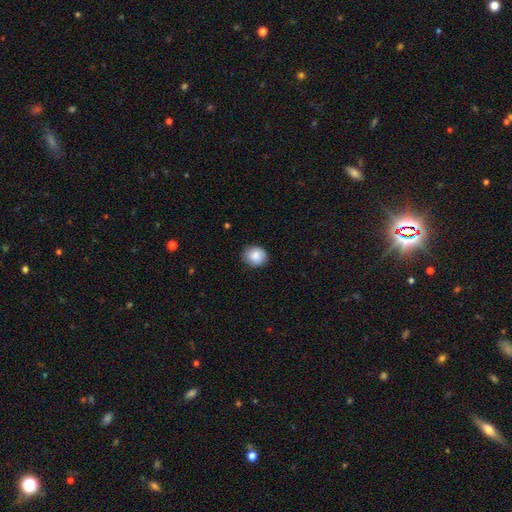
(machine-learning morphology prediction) type=smooth (84%); roundness=round (74%); merging=none (84%).